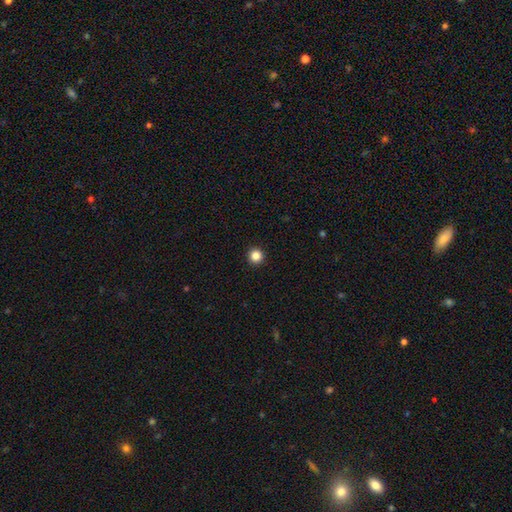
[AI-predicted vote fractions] This appears to be a smooth galaxy with no disk features (85%) that is round (96%). Merging: none (94%).